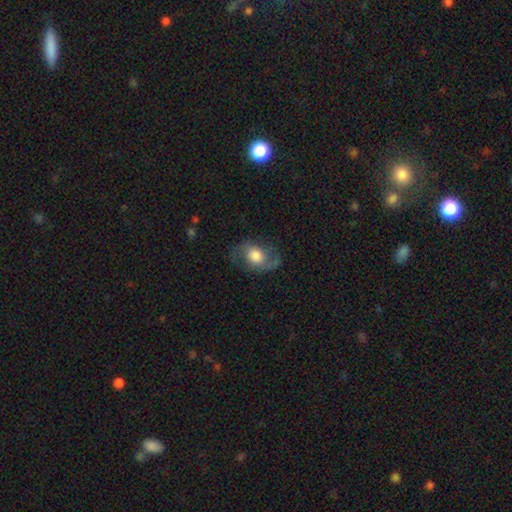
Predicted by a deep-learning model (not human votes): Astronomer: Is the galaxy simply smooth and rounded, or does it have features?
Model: featured or disk — 60%.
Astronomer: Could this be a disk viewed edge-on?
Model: no — 95%.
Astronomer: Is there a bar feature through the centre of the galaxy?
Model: no — 70%.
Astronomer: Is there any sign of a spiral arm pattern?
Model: yes — 83%.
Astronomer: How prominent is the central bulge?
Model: large — 52% (runner-up: moderate, 30%).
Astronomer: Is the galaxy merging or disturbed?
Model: none — 71%.